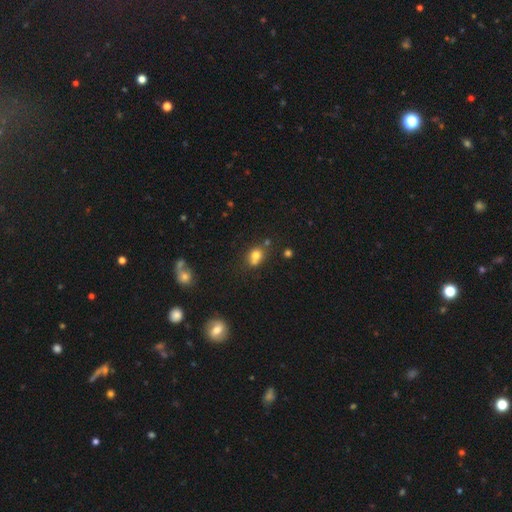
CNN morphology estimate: Smooth or featured? smooth (73%)
How rounded? round (51%)
Merging? none (50%)